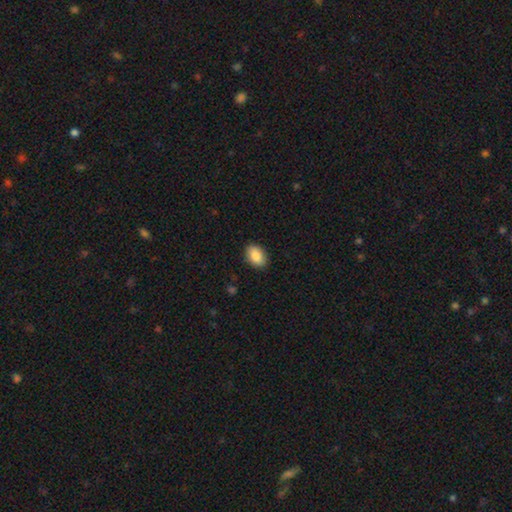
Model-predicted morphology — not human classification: Smooth or featured? smooth (87%)
How rounded? in between (88%)
Merging? none (88%)